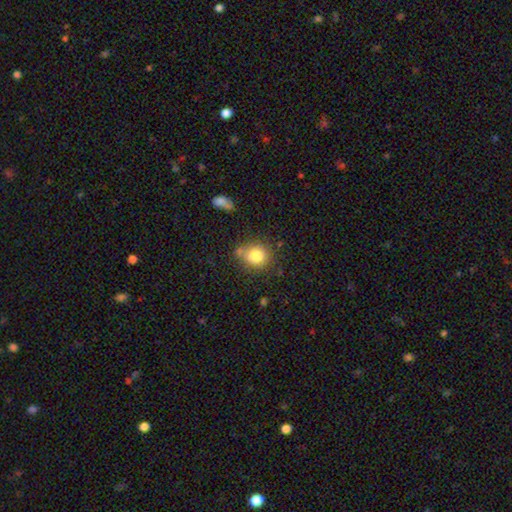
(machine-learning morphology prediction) smooth_or_featured: smooth (p=0.81) [alt: star or artifact p=0.10]
how_rounded: round (p=0.74) [alt: in between p=0.25]
merging: none (p=0.70) [alt: minor disturbance p=0.18]